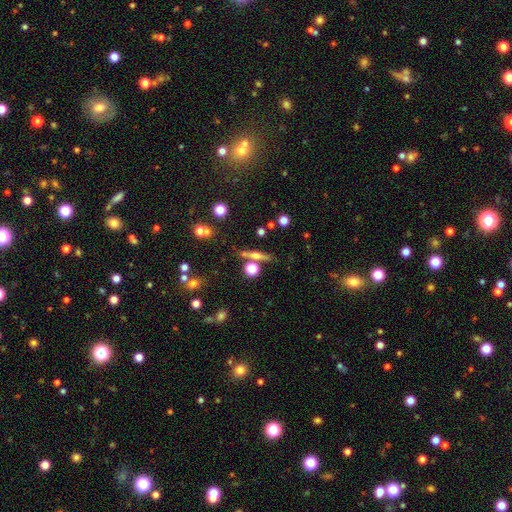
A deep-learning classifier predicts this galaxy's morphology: Smooth or featured: featured or disk — 53% (smooth — 35%)
Edge-on disk: yes — 93% (no — 7%)
Merging: none — 75% (merger — 11%)